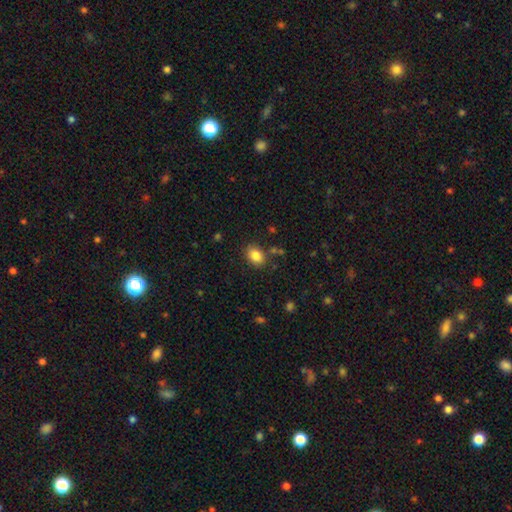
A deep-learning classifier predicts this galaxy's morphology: A smooth galaxy with no disk features (85%) that is in between round and cigar-shaped (66%).

Vote fractions:
- Smooth or featured? smooth: 85% / star or artifact: 9% / featured or disk: 6%
- How rounded? in between: 66% / round: 33% / cigar-shaped: 1%
- Merging? none: 82% / minor disturbance: 11% / merger: 4% / major disturbance: 3%